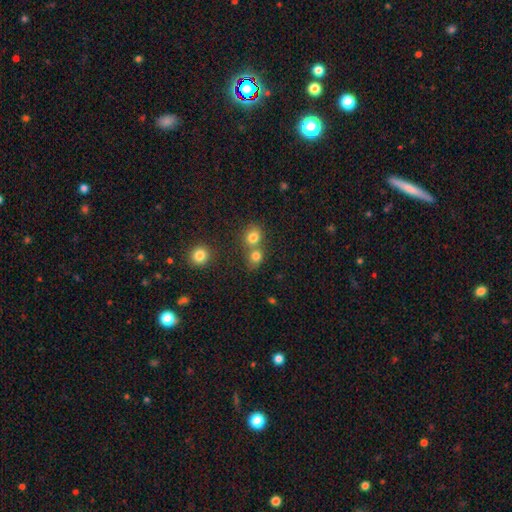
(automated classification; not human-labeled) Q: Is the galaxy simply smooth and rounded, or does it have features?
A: smooth — 79%.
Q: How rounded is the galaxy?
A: round — 80%.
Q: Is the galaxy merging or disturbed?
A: none — 45%, tied with merger.